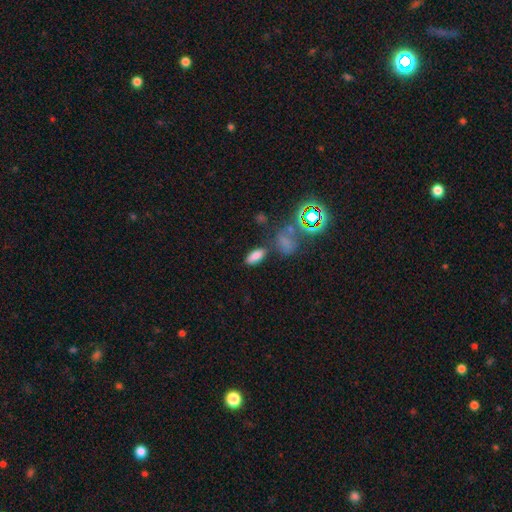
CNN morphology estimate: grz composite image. It shows a smooth galaxy with no disk features (78%) that is in between round and cigar-shaped (86%). Merging: none (75%).